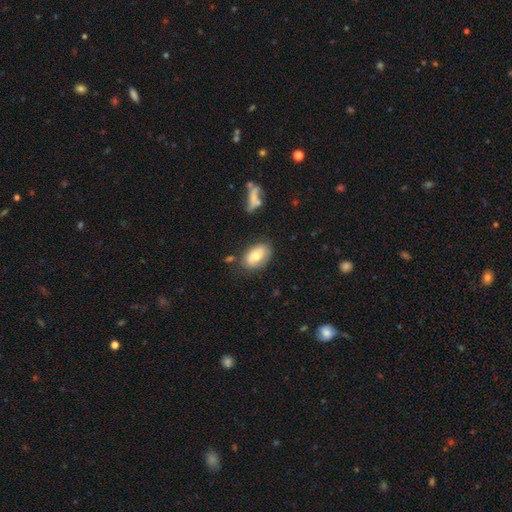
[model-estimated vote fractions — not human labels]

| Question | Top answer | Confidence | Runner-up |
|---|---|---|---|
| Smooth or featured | smooth | 69% | featured or disk (24%) |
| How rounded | in between | 90% | round (8%) |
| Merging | none | 69% | minor disturbance (20%) |